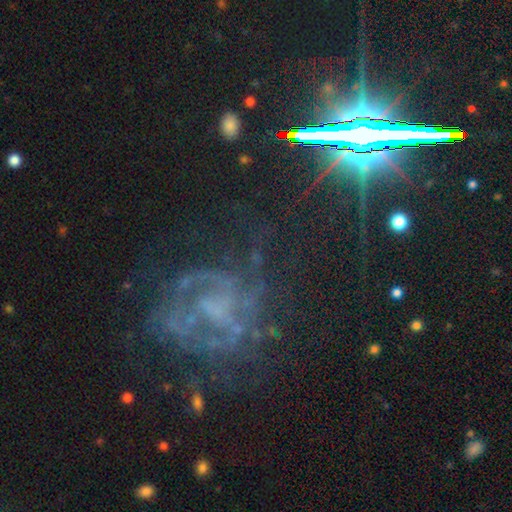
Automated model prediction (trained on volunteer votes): featured or disk 55%, star or artifact 33%, smooth 12%. Down the decision tree: edge-on disk — no (94%); bar — no (70%); spiral arms — yes (67%); bulge size — none (55%); merging — none (60%).